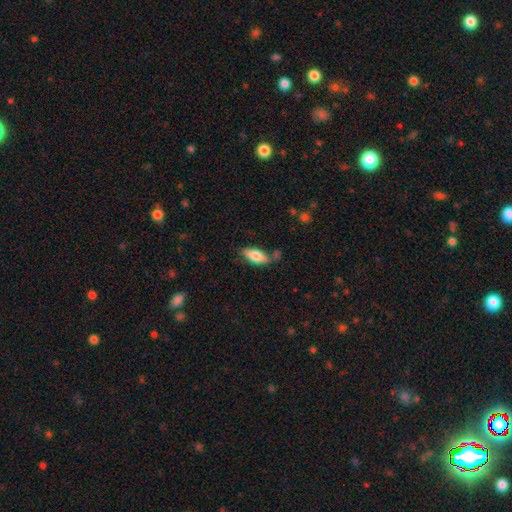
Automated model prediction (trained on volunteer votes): Q: Smooth or featured?
A: smooth (76%); runner-up: featured or disk (17%)
Q: How rounded?
A: in between (83%); runner-up: cigar-shaped (15%)
Q: Merging?
A: none (62%); runner-up: minor disturbance (23%)